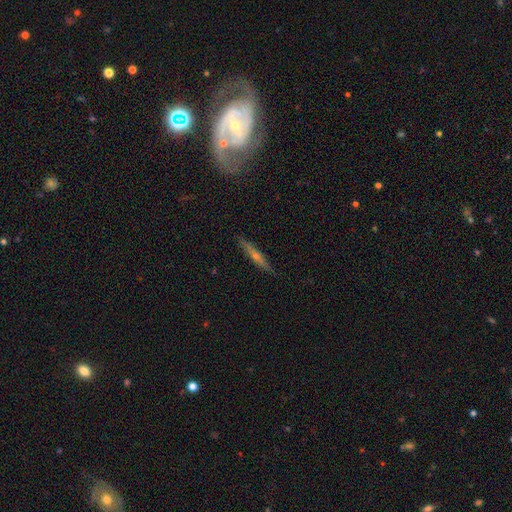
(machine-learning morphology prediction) This is likely a featured or disk galaxy (66%). It is clearly viewed edge-on (94%). Edge-on bulge: likely rounded (77%). Merging: clearly none (88%).